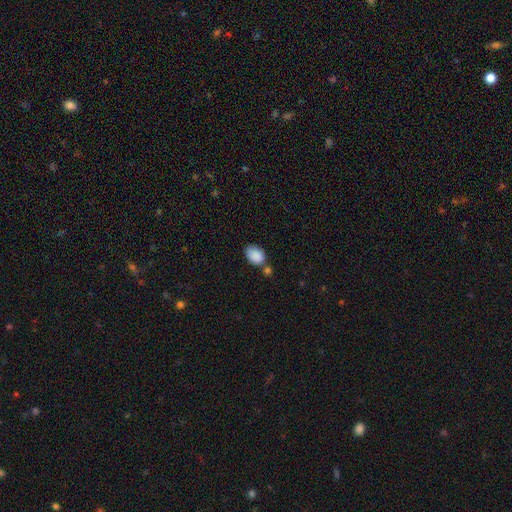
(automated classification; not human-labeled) This is clearly a smooth galaxy (88%). How rounded: clearly in between (84%). Merging: possibly none (53%).